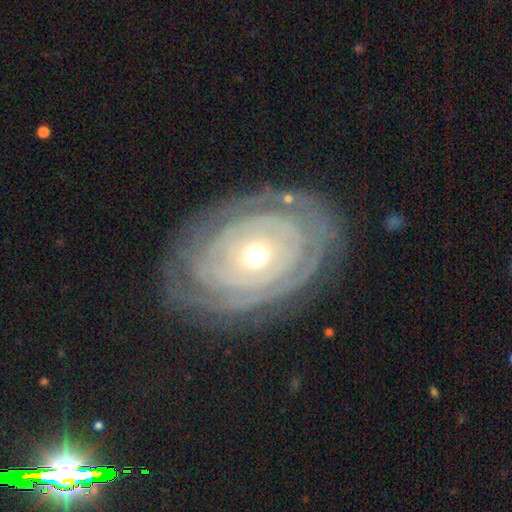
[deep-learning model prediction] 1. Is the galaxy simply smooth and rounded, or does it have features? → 84% featured or disk, 11% smooth, 5% star or artifact.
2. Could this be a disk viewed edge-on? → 94% no, 6% yes.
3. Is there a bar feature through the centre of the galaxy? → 84% no, 10% weak, 6% strong.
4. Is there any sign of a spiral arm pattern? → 84% yes, 16% no.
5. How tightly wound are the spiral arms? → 88% tight, 9% medium, 3% loose.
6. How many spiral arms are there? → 44% can't tell, 16% 2, 13% 3, 10% 4, 10% more than 4, 7% 1.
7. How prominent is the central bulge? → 55% moderate, 40% small, 3% large, 1% dominant, 1% none.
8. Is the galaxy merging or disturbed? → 79% none, 14% minor disturbance, 6% major disturbance, 1% merger.